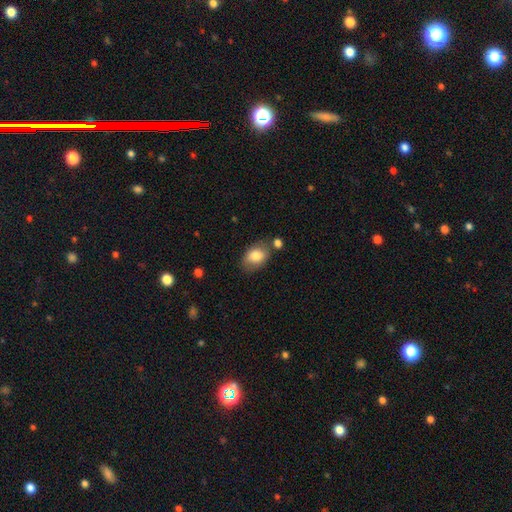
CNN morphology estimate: A smooth galaxy with no disk features (81%) that is in between round and cigar-shaped (83%). Merging: none (69%).